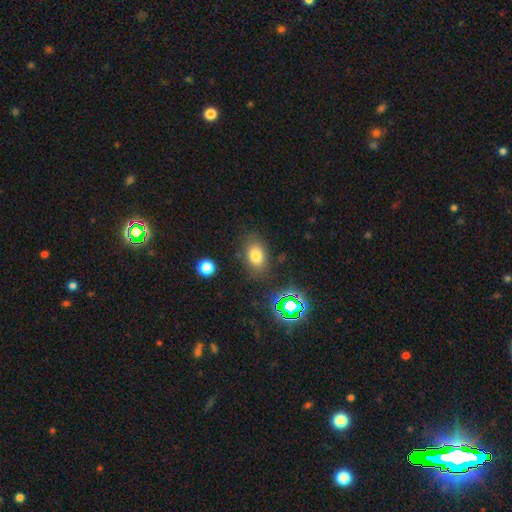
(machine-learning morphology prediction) This appears to be a smooth galaxy with no disk features (75%) that is in between round and cigar-shaped (77%). Merging: none (81%).